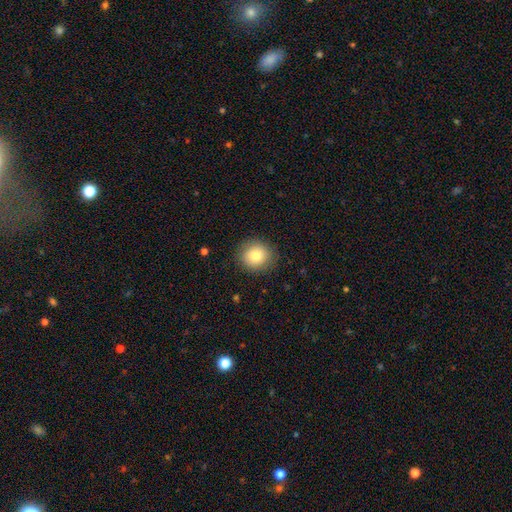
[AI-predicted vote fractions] Smooth or featured? Predicted: smooth (p=0.81). How rounded? Predicted: round (p=0.87). Merging? Predicted: none (p=0.87).